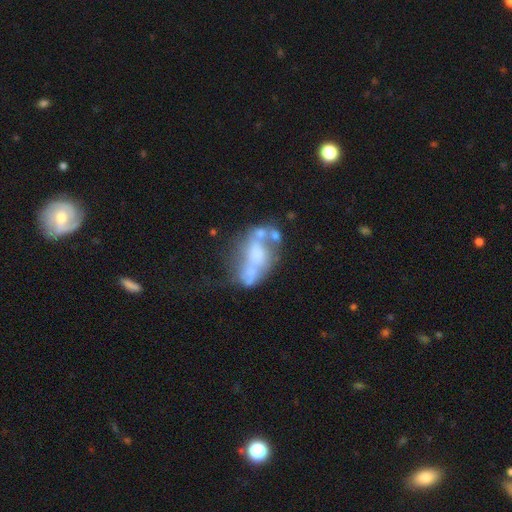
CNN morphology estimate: Smooth or featured? featured or disk (62%)
Edge-on disk? no (94%)
Bar? no (82%)
Spiral arms? no (88%)
Bulge size? none (52%)
Merging? merger (35%)